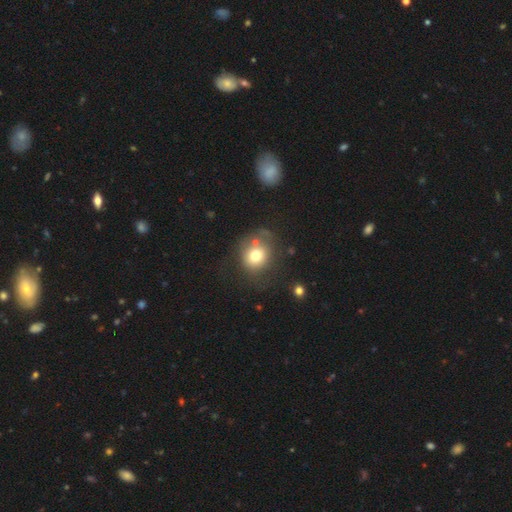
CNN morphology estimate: smooth_or_featured: smooth (p=0.73) [alt: featured or disk p=0.16]
how_rounded: round (p=0.76) [alt: in between p=0.23]
merging: none (p=0.55) [alt: minor disturbance p=0.21]